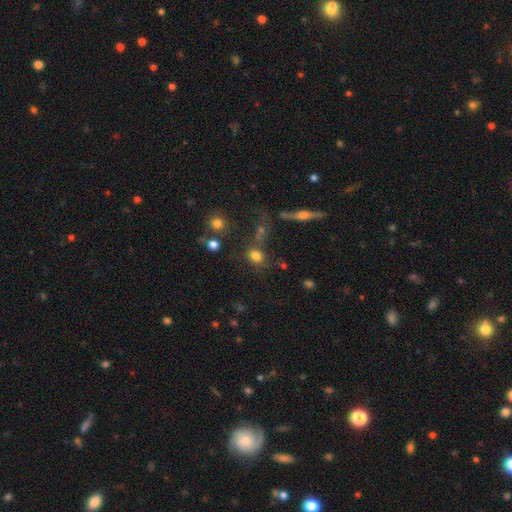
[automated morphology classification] Q: Smooth or featured?
A: smooth (77%); runner-up: star or artifact (14%)
Q: How rounded?
A: round (71%); runner-up: in between (26%)
Q: Merging?
A: none (68%); runner-up: merger (13%)